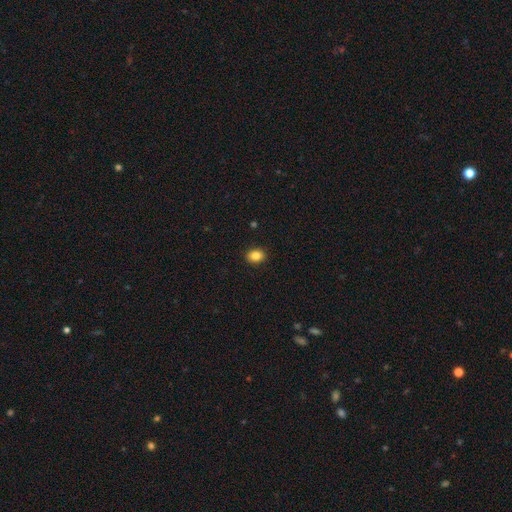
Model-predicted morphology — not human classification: Q: Smooth or featured?
A: smooth (85%); runner-up: star or artifact (9%)
Q: How rounded?
A: in between (63%); runner-up: round (36%)
Q: Merging?
A: none (91%); runner-up: minor disturbance (6%)